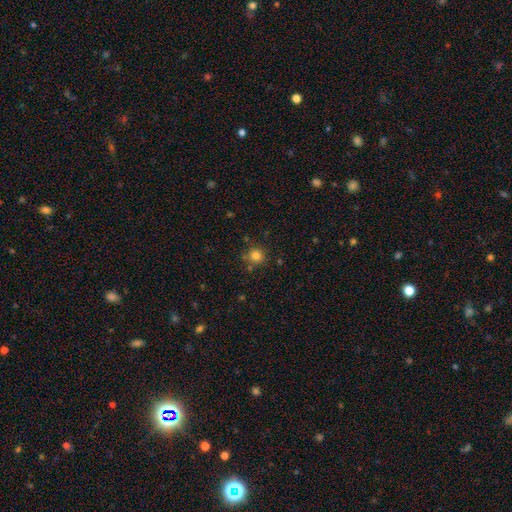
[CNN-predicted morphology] This is clearly a smooth galaxy (81%). How rounded: clearly round (91%). Merging: likely none (79%).